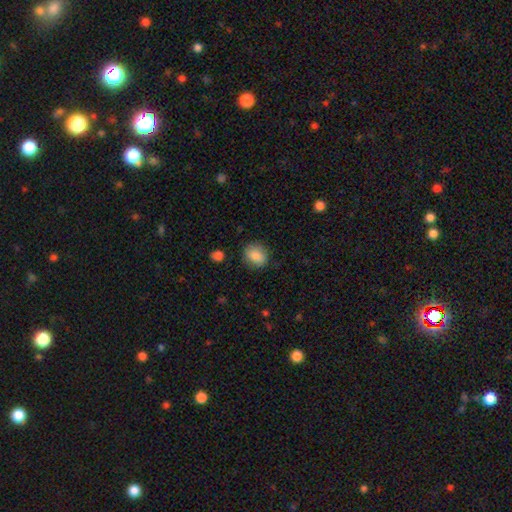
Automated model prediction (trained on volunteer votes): Overall: smooth (85%). How rounded: round (72%). Merging: none (83%).